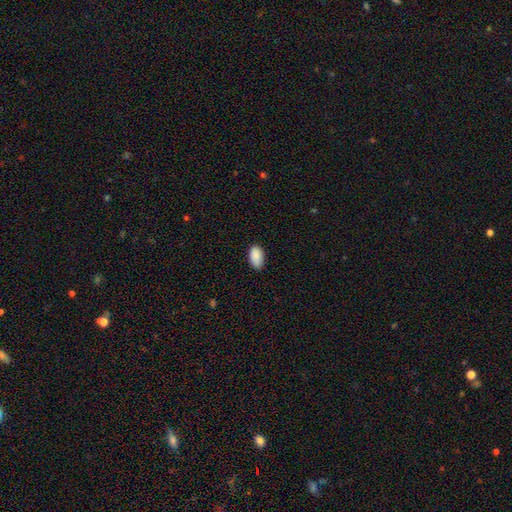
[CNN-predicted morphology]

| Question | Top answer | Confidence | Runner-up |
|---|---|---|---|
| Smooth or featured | smooth | 89% | star or artifact (7%) |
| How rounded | in between | 94% | round (5%) |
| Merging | none | 77% | minor disturbance (19%) |